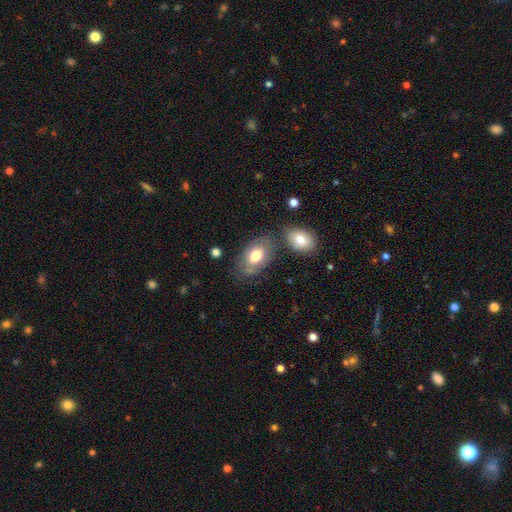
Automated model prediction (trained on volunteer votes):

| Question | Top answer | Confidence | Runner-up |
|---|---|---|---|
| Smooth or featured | smooth | 72% | featured or disk (22%) |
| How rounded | in between | 91% | round (8%) |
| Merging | none | 61% | minor disturbance (18%) |